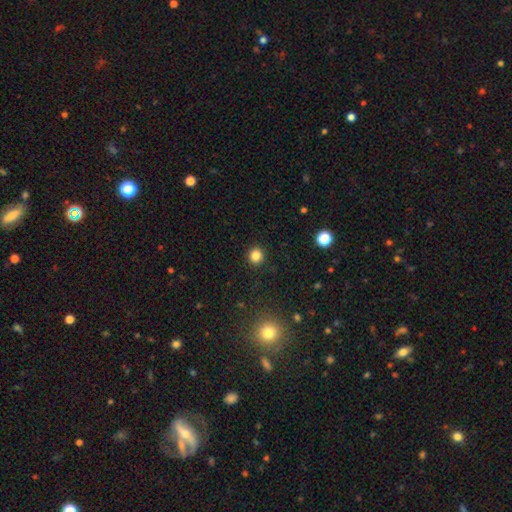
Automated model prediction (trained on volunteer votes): Smooth or featured: smooth — 83% (star or artifact — 13%)
How rounded: round — 92% (in between — 8%)
Merging: none — 92% (minor disturbance — 5%)